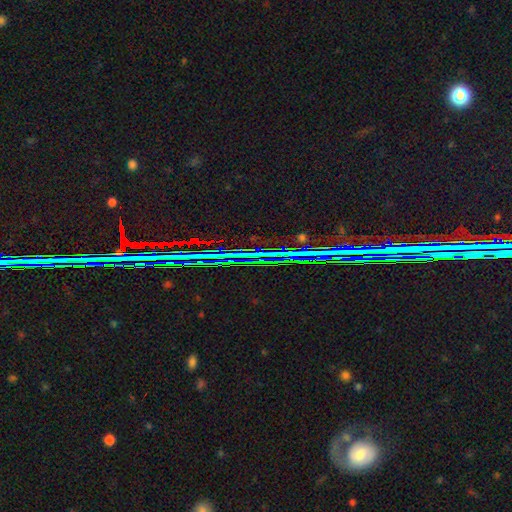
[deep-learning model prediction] This is clearly a star or artifact rather than a galaxy (81%).